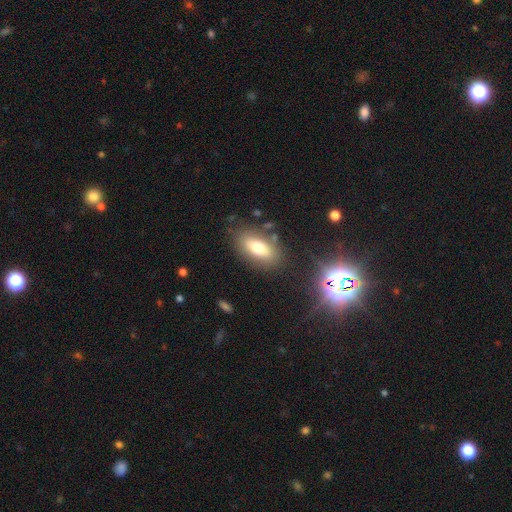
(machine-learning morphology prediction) Q: Smooth or featured?
A: smooth (66%); runner-up: featured or disk (21%)
Q: How rounded?
A: in between (87%); runner-up: cigar-shaped (7%)
Q: Merging?
A: none (79%); runner-up: minor disturbance (13%)